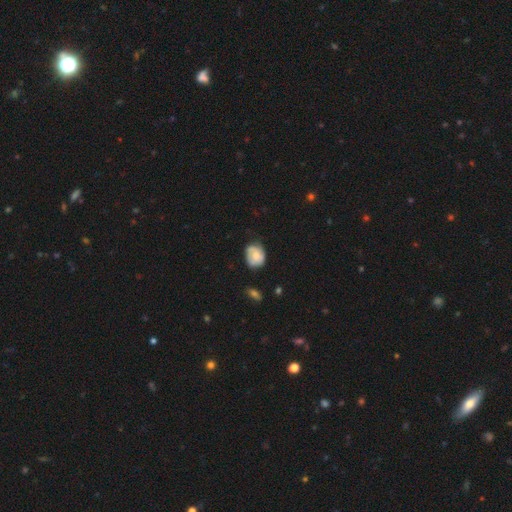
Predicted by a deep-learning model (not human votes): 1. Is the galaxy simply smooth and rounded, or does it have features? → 62% smooth, 31% featured or disk, 7% star or artifact.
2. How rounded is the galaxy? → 56% round, 43% in between, 1% cigar-shaped.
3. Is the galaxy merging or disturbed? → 56% none, 33% minor disturbance, 8% major disturbance, 2% merger.